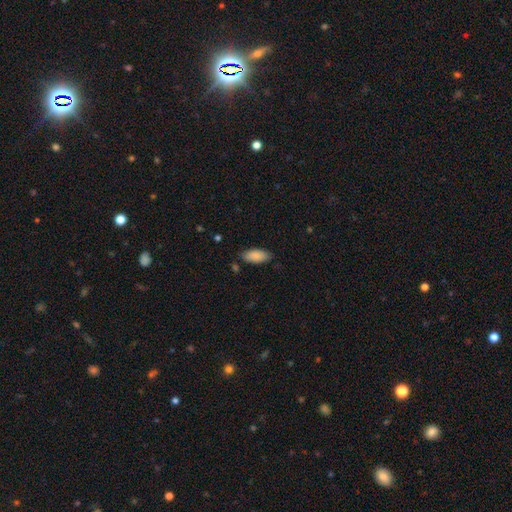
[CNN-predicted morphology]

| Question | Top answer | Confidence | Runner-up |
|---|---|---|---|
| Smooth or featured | smooth | 88% | star or artifact (6%) |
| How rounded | in between | 88% | cigar-shaped (10%) |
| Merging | none | 81% | minor disturbance (15%) |